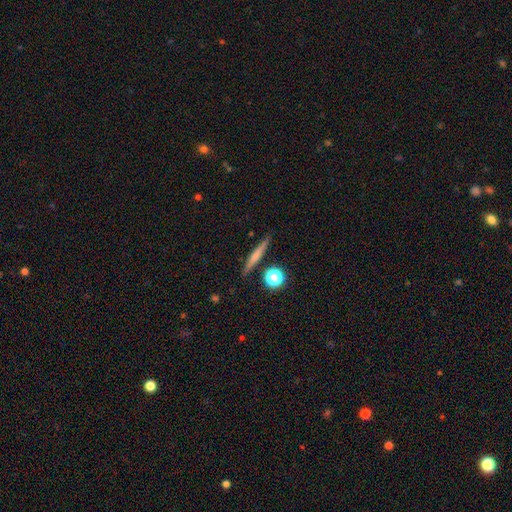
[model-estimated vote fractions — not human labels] smooth-or-featured: smooth: 53% | featured or disk: 39% | star or artifact: 8%
  how-rounded: cigar-shaped: 89% | round: 6% | in between: 6%
  merging: none: 87% | minor disturbance: 8% | merger: 3% | major disturbance: 2%